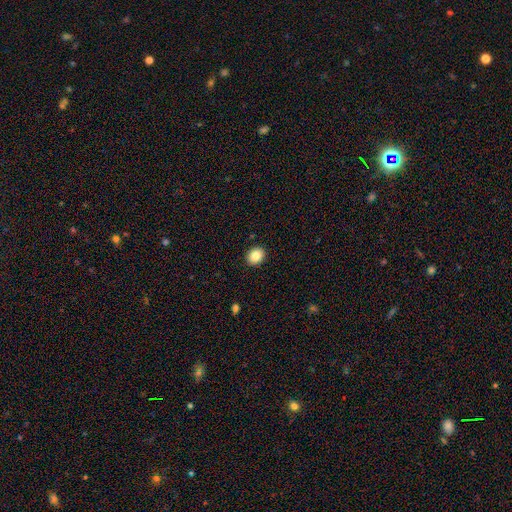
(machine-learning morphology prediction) A smooth galaxy with no disk features (86%) that is round (52%). Merging: none (91%).